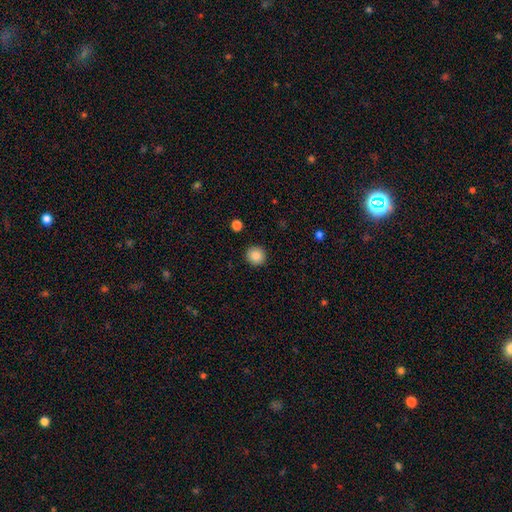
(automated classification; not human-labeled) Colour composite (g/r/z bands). It shows a smooth galaxy with no disk features (88%) that is round (94%). Merging: none (91%).